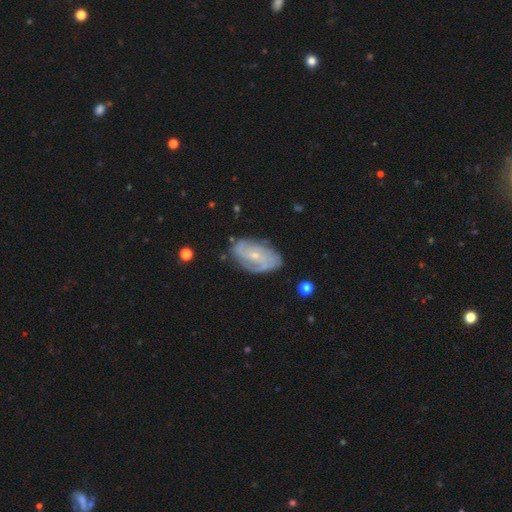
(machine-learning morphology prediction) smooth_or_featured: featured or disk (p=0.78) [alt: smooth p=0.15]
disk_edge_on: no (p=0.96) [alt: yes p=0.04]
bar: no (p=0.58) [alt: weak p=0.34]
has_spiral_arms: yes (p=0.91) [alt: no p=0.09]
spiral_winding: tight (p=0.50) [alt: medium p=0.37]
spiral_arm_count: 2 (p=0.39) [alt: can't tell p=0.30]
bulge_size: small (p=0.74) [alt: moderate p=0.22]
merging: none (p=0.74) [alt: minor disturbance p=0.19]